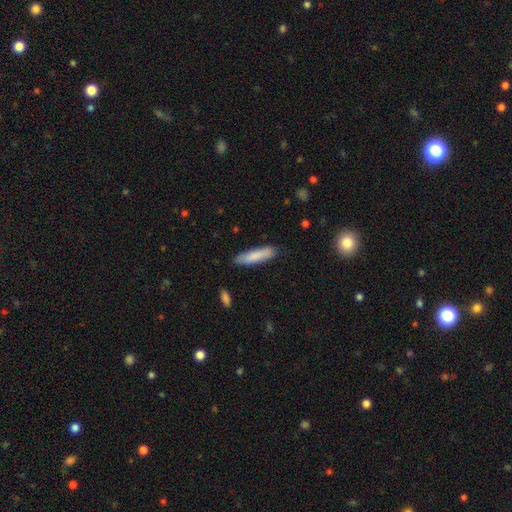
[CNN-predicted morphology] The model was most divided on "how rounded": cigar-shaped: 76%, in between: 22%, round: 1%. More confident: merging — none (86%); smooth or featured — smooth (83%).